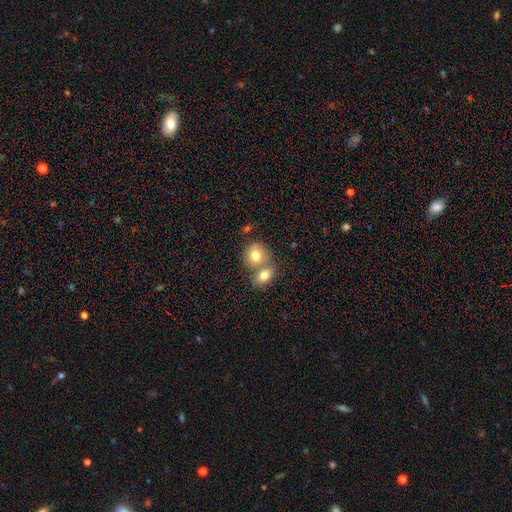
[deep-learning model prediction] This is likely a smooth galaxy (77%). How rounded: likely round (68%). Merging: possibly merger (56%).